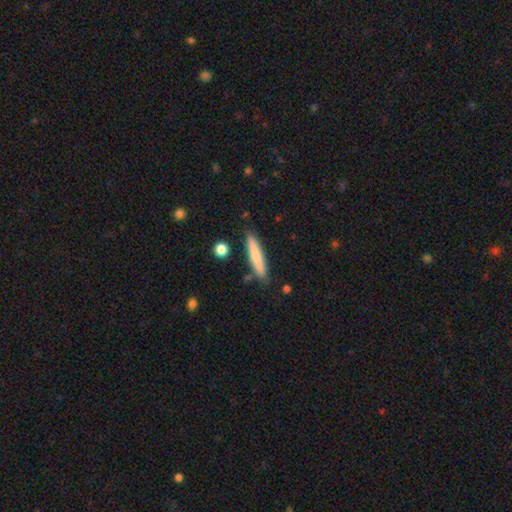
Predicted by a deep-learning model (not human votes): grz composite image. It shows a smooth galaxy with no disk features (73%) that is cigar-shaped (91%). Merging: none (85%).